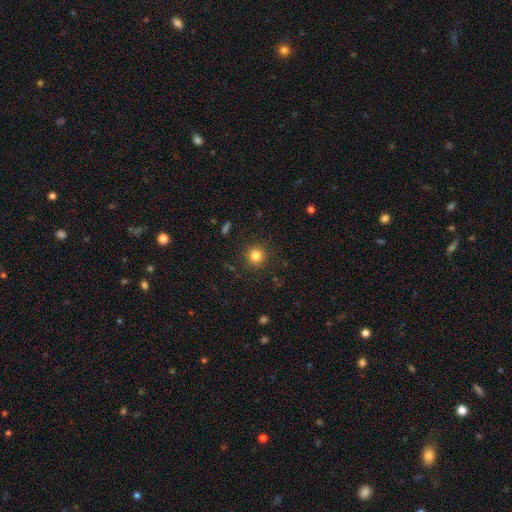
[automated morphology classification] Smooth or featured?
  - smooth: 82% *
  - star or artifact: 13%
  - featured or disk: 5%
How rounded?
  - round: 94% *
  - in between: 5%
  - cigar-shaped: 1%
Merging?
  - none: 90% *
  - minor disturbance: 6%
  - major disturbance: 2%
  - merger: 1%